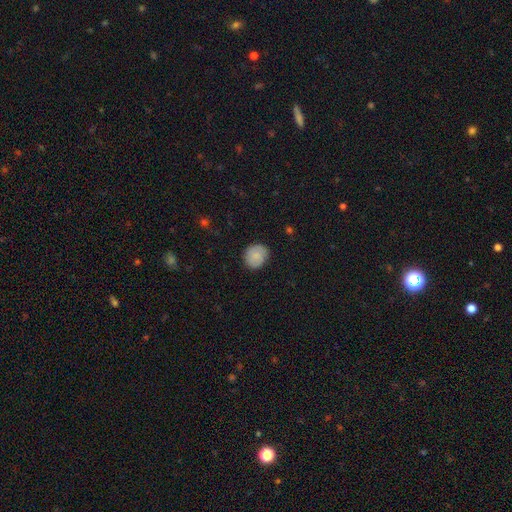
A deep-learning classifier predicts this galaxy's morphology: smooth 81%, featured or disk 11%, star or artifact 8%. Down the decision tree: how rounded — round (79%); merging — none (82%).